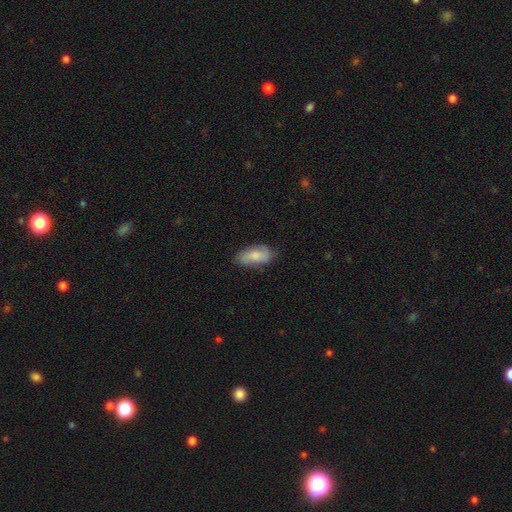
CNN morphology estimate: smooth 70%, featured or disk 24%, star or artifact 7%. Down the decision tree: how rounded — in between (86%); merging — none (72%).